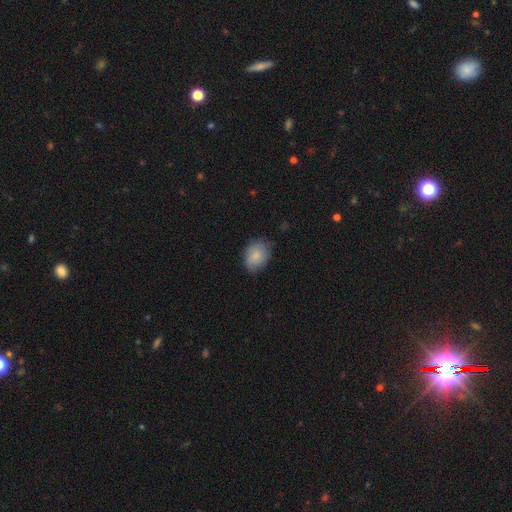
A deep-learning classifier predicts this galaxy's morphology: Overall: smooth (81%). How rounded: in between (66%; round 33%). Merging: none (71%).